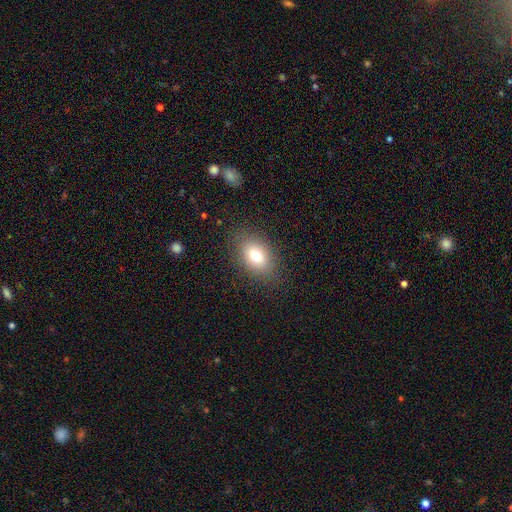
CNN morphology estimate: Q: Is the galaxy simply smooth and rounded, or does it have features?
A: smooth — 75%.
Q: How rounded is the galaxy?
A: in between — 79%.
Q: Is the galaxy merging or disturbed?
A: none — 84%.